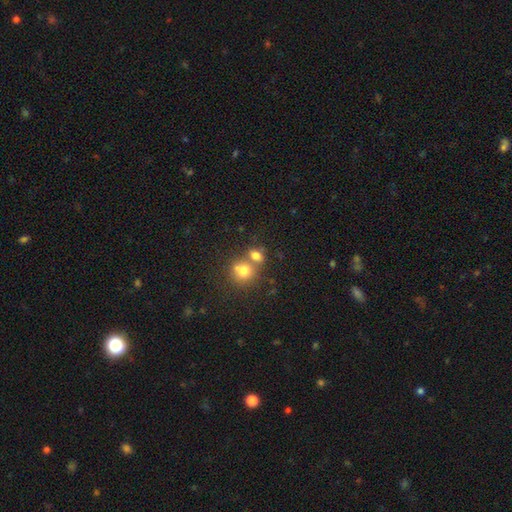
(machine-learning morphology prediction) Q: Smooth or featured?
A: smooth (75%); runner-up: star or artifact (13%)
Q: How rounded?
A: round (53%); runner-up: in between (46%)
Q: Merging?
A: merger (48%); runner-up: none (40%)